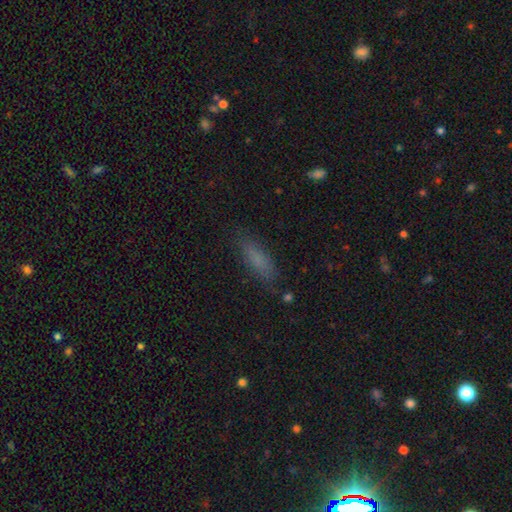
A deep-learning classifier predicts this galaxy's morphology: Overall: smooth (70%). How rounded: cigar-shaped (56%; in between 41%). Merging: none (81%).